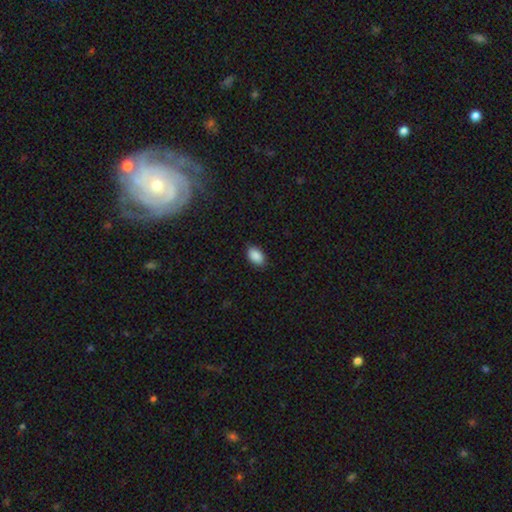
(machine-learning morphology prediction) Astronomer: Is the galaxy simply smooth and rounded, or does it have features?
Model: smooth — 90%.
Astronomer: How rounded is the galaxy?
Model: in between — 92%.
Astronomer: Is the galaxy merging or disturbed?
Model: none — 85%.